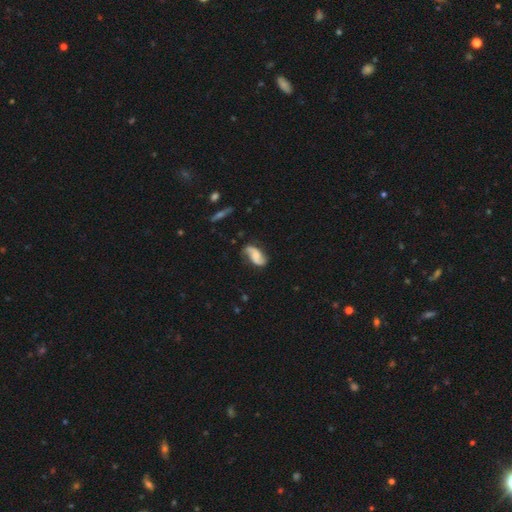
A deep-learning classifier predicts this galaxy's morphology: smooth-or-featured: featured or disk: 74% | smooth: 19% | star or artifact: 7%
  disk-edge-on: no: 96% | yes: 4%
    bar: no: 57% | weak: 33% | strong: 10%
    has-spiral-arms: yes: 95% | no: 5%
      spiral-winding: loose: 55% | medium: 32% | tight: 13%
      spiral-arm-count: 2: 91% | can't tell: 4% | 1: 2% | 3: 1% | 4: 1% | more than 4: 1%
    bulge-size: small: 33% | moderate: 30% | none: 27% | large: 8% | dominant: 2%
  merging: none: 72% | minor disturbance: 19% | major disturbance: 6% | merger: 2%